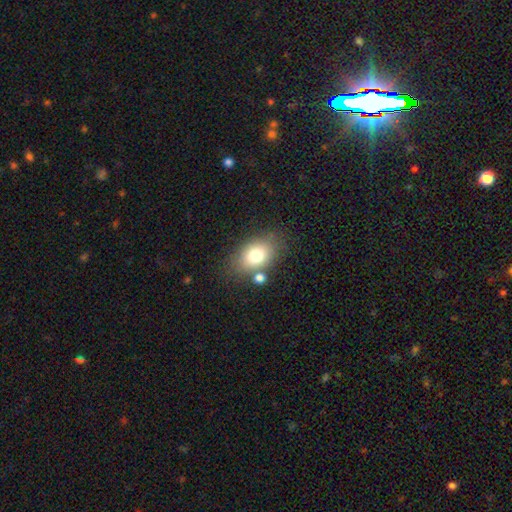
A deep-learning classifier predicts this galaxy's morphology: Smooth or featured: smooth — 77% (featured or disk — 13%)
How rounded: in between — 82% (round — 17%)
Merging: none — 70% (minor disturbance — 13%)